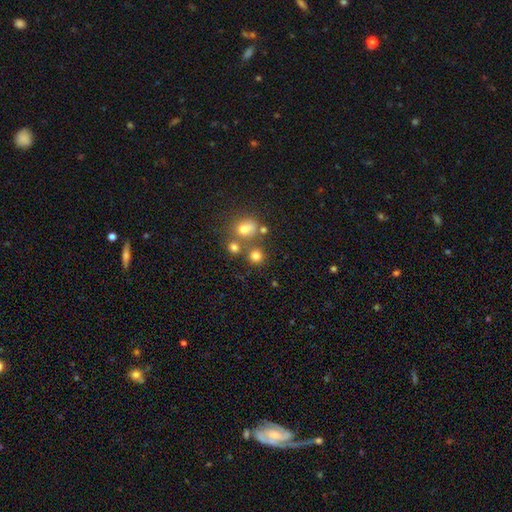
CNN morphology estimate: The model was most divided on "merging": none: 68%, merger: 20%, minor disturbance: 8%, major disturbance: 4%. More confident: how rounded — round (88%); smooth or featured — smooth (75%).